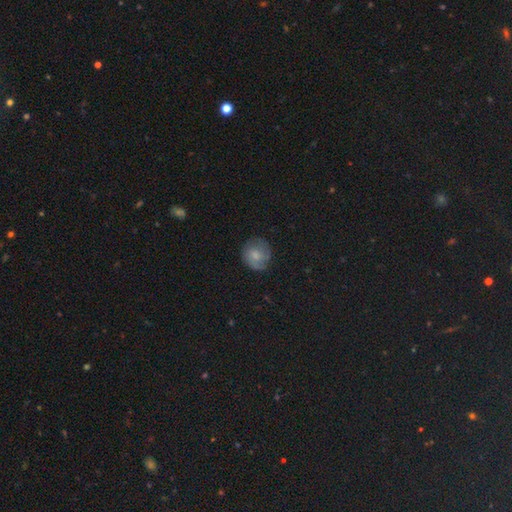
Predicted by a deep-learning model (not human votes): Overall: smooth (67%). How rounded: round (84%). Merging: none (72%).